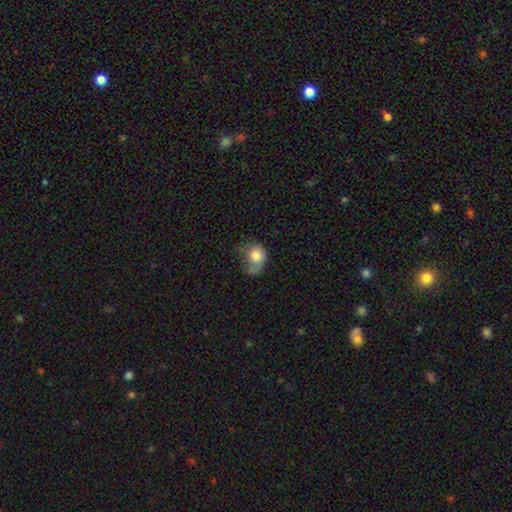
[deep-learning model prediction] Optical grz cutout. It shows a smooth galaxy with no disk features (72%) that is round (62%). Merging: major disturbance (40%).